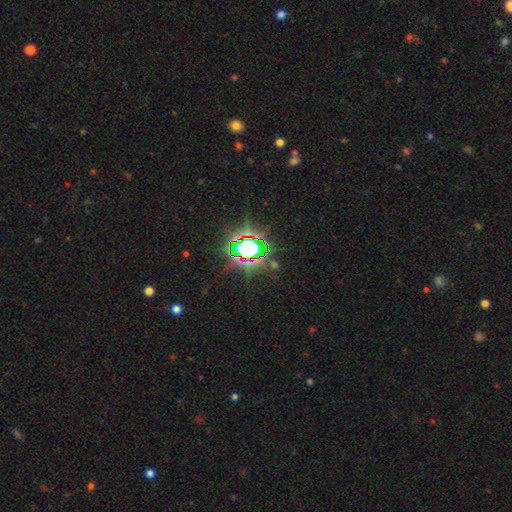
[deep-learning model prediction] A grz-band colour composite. It shows a star or artifact, not a galaxy (78%).